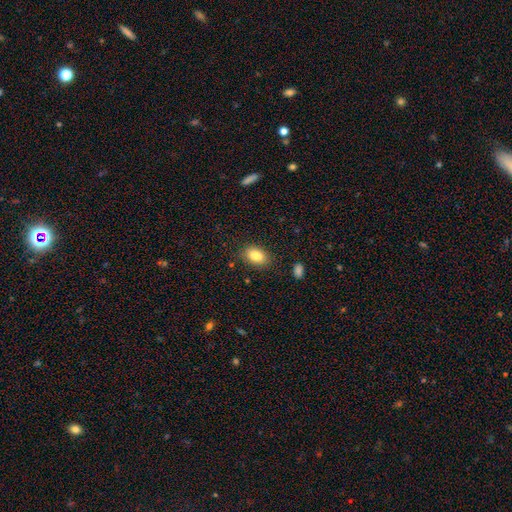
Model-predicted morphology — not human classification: A smooth galaxy with no disk features (83%) that is in between round and cigar-shaped (84%). Merging: none (72%).